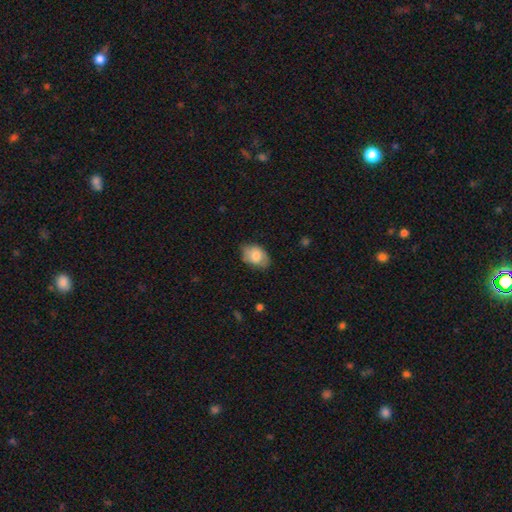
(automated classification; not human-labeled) smooth-or-featured: smooth: 76% | featured or disk: 17% | star or artifact: 7%
  how-rounded: in between: 85% | round: 14% | cigar-shaped: 1%
  merging: none: 72% | minor disturbance: 22% | major disturbance: 5% | merger: 1%